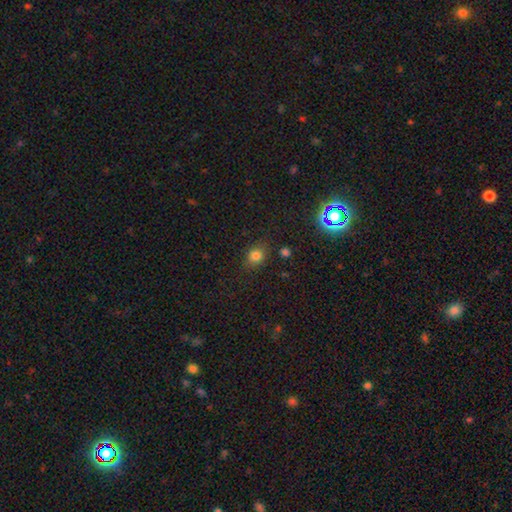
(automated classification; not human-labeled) This appears to be a smooth galaxy with no disk features (77%) that is round (53%). Merging: none (78%).